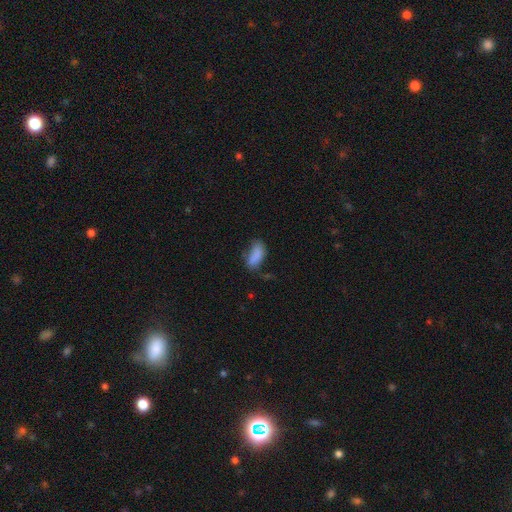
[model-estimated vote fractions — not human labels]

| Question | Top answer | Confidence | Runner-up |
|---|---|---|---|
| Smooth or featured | smooth | 83% | featured or disk (9%) |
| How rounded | in between | 87% | cigar-shaped (10%) |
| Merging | none | 48% | minor disturbance (32%) |